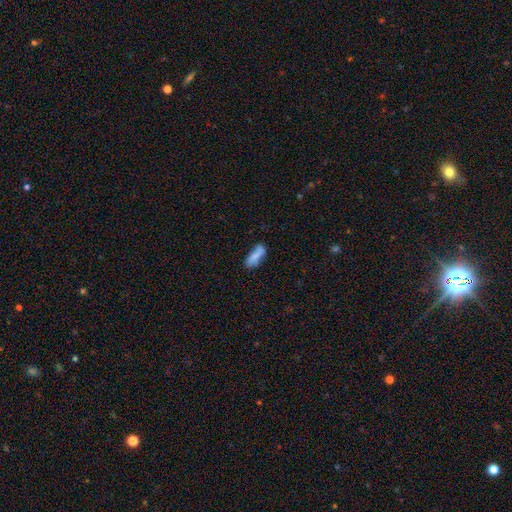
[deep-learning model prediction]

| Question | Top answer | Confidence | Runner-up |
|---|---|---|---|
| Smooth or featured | smooth | 76% | featured or disk (17%) |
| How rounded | in between | 61% | cigar-shaped (37%) |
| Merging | none | 60% | minor disturbance (25%) |